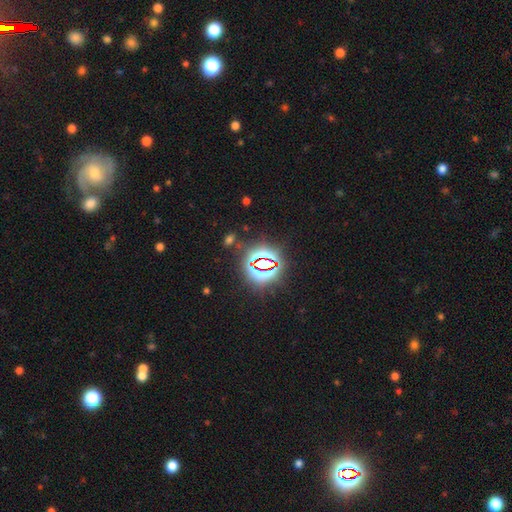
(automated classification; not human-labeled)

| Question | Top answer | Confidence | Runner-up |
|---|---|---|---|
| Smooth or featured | star or artifact | 81% | smooth (11%) |